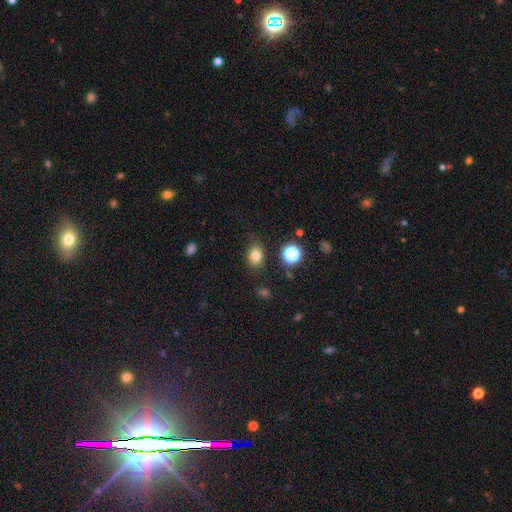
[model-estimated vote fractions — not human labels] Smooth or featured: smooth — 77% (star or artifact — 14%)
How rounded: in between — 64% (round — 35%)
Merging: none — 82% (minor disturbance — 13%)